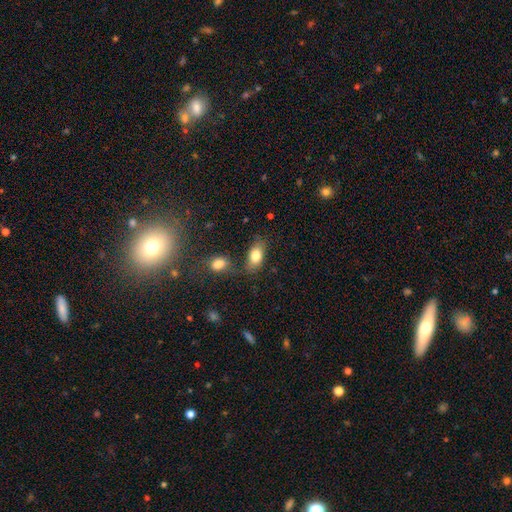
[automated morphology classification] Overall: smooth (80%). How rounded: in between (90%). Merging: none (71%).